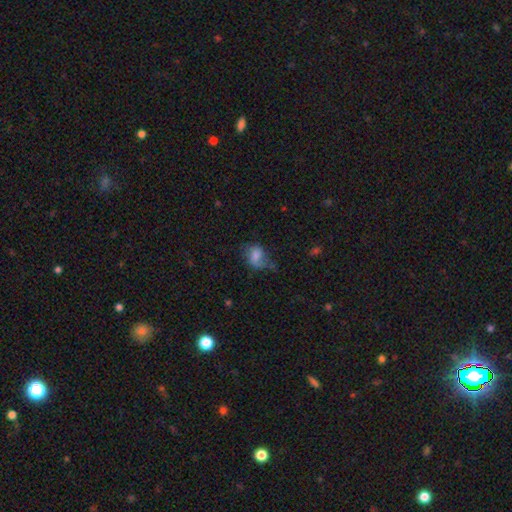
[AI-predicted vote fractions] smooth-or-featured: smooth: 66% | featured or disk: 23% | star or artifact: 11%
  how-rounded: in between: 73% | round: 26% | cigar-shaped: 2%
  merging: none: 34% | minor disturbance: 31% | major disturbance: 31% | merger: 5%